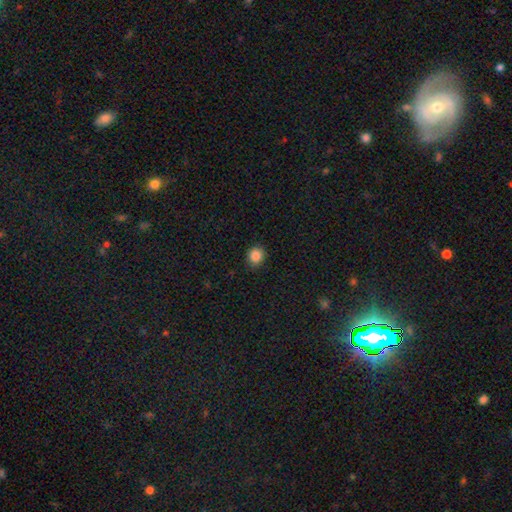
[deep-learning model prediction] smooth 86%, star or artifact 10%, featured or disk 3%. Down the decision tree: how rounded — round (82%); merging — none (89%).